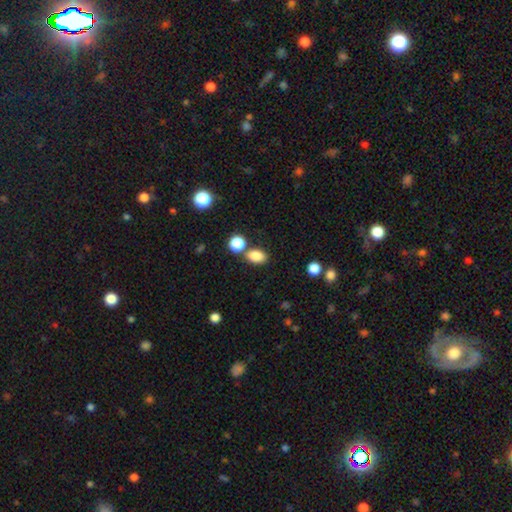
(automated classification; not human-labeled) smooth 85%, star or artifact 10%, featured or disk 5%. Down the decision tree: how rounded — in between (80%); merging — none (70%).